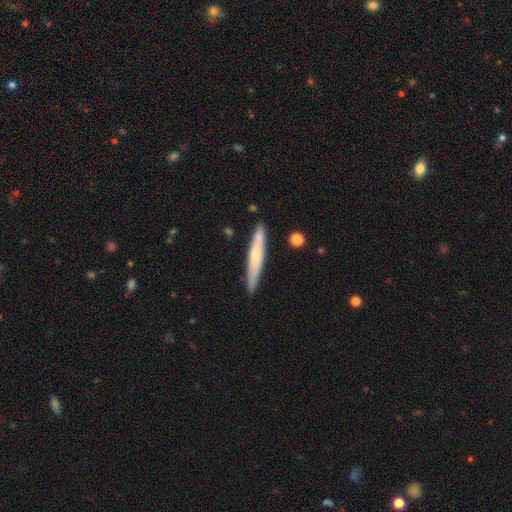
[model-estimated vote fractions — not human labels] Smooth or featured: smooth — 49% (featured or disk — 45%)
Merging: none — 81% (minor disturbance — 13%)